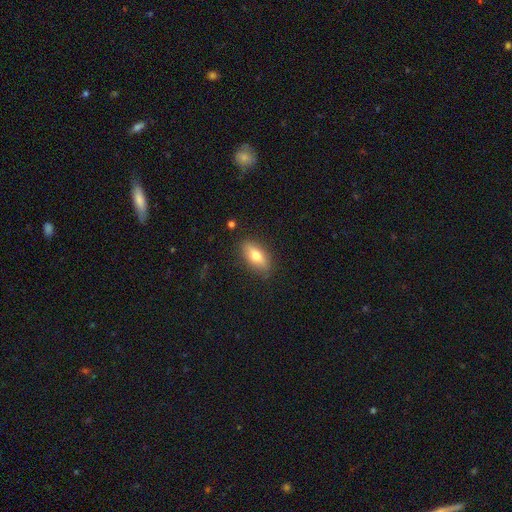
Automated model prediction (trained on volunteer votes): Morphology: type=smooth (67%); roundness=in between (79%); merging=none (84%).